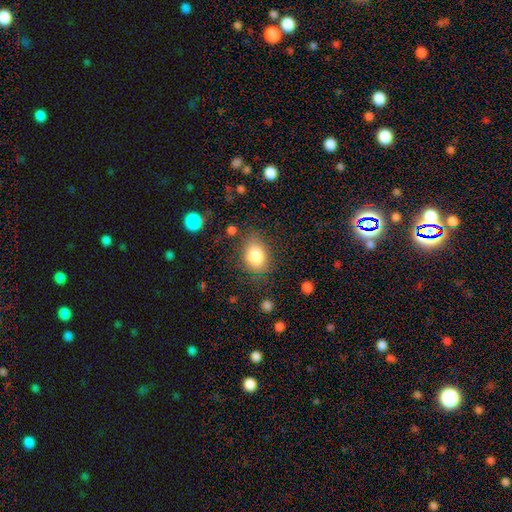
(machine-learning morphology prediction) The model was most divided on "how rounded": in between: 66%, round: 33%, cigar-shaped: 1%. More confident: smooth or featured — smooth (83%); merging — none (75%).